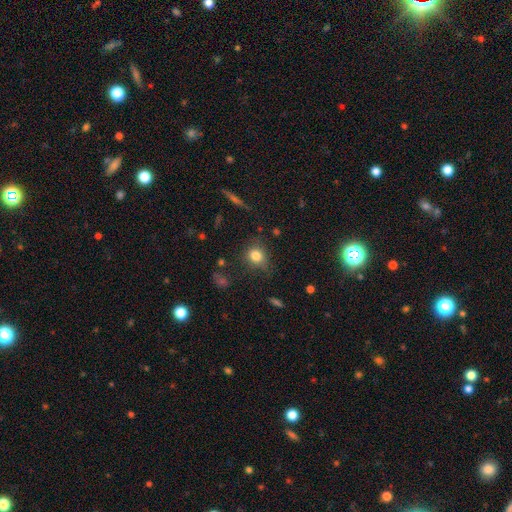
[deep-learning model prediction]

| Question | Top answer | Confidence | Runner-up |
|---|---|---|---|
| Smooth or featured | smooth | 80% | star or artifact (12%) |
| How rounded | round | 70% | in between (28%) |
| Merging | none | 71% | minor disturbance (20%) |